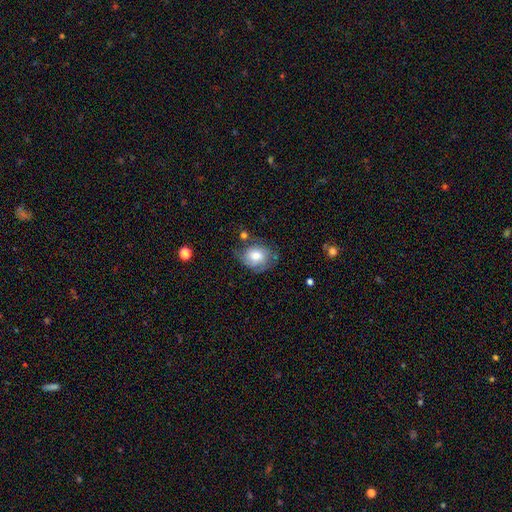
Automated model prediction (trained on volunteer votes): The model was most divided on "how rounded": in between: 53%, round: 46%, cigar-shaped: 1%. Remaining: smooth or featured — smooth (61%); merging — none (49%).